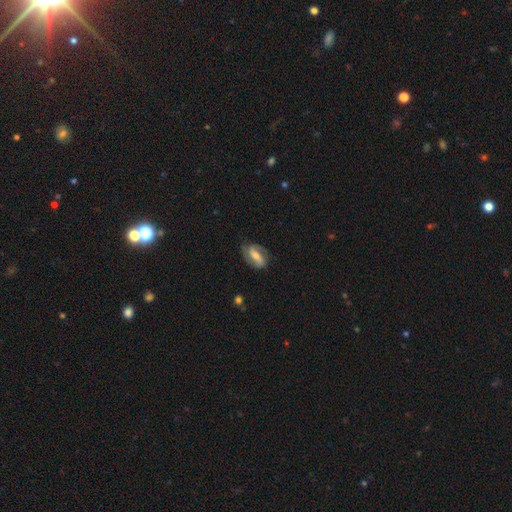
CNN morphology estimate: This appears to be a featured or disk galaxy (72%) with a strong bar (47%), 2 (83%) medium (41%) spiral arms (88%) and a moderate central bulge (56%). Merging: none (75%).